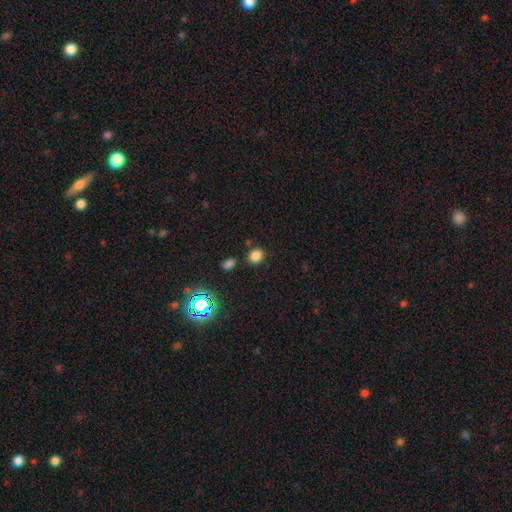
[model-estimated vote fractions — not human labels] smooth_or_featured: smooth (p=0.79) [alt: star or artifact p=0.16]
how_rounded: round (p=0.55) [alt: in between p=0.44]
merging: none (p=0.80) [alt: minor disturbance p=0.10]